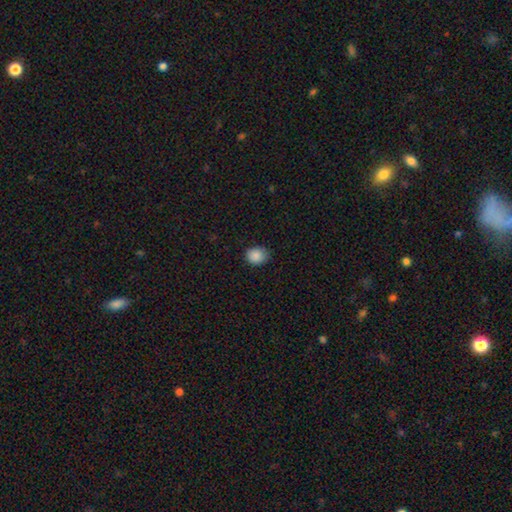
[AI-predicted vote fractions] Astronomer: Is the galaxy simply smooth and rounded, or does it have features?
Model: smooth — 88%.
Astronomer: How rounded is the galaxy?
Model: round — 64%.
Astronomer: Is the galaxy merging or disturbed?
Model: none — 80%.